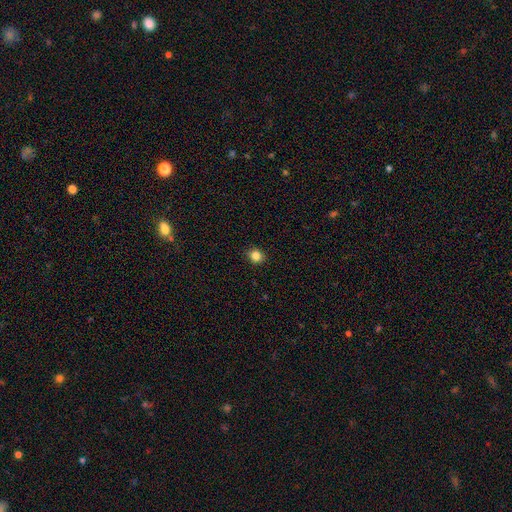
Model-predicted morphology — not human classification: smooth 84%, star or artifact 12%, featured or disk 4%. Down the decision tree: how rounded — round (82%); merging — none (90%).